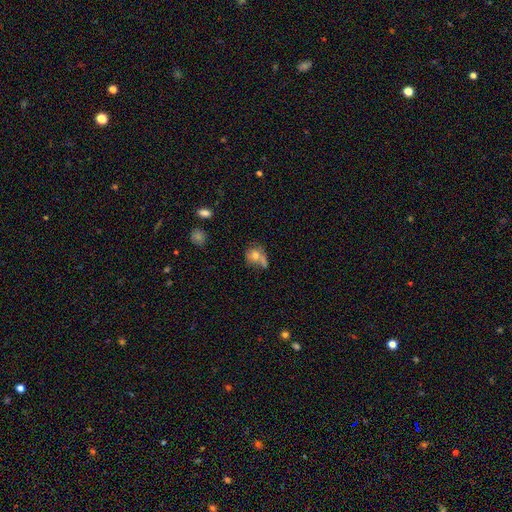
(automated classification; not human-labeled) The model was most divided on "merging": none: 39%, merger: 30%, minor disturbance: 18%, major disturbance: 13%. More confident: how rounded — round (69%); smooth or featured — smooth (66%).